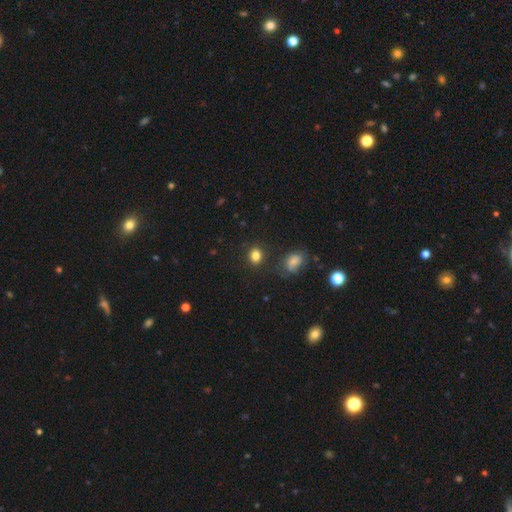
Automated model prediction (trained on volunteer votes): smooth_or_featured: smooth (p=0.83) [alt: star or artifact p=0.12]
how_rounded: round (p=0.65) [alt: in between p=0.34]
merging: none (p=0.84) [alt: minor disturbance p=0.09]